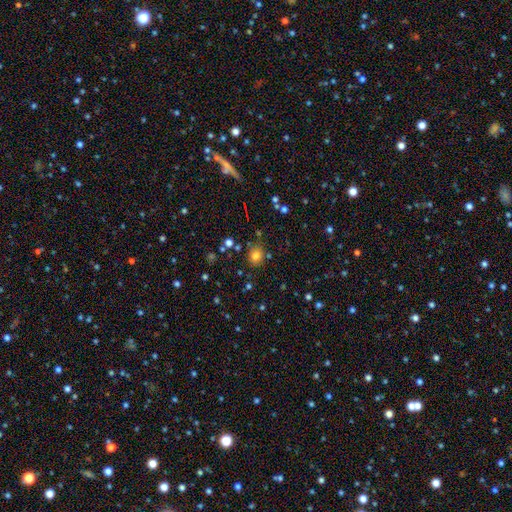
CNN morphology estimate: A smooth galaxy with no disk features (76%) that is round (74%).

Vote fractions:
- Smooth or featured? smooth: 76% / star or artifact: 17% / featured or disk: 7%
- How rounded? round: 74% / in between: 25% / cigar-shaped: 1%
- Merging? none: 80% / minor disturbance: 12% / merger: 5% / major disturbance: 3%